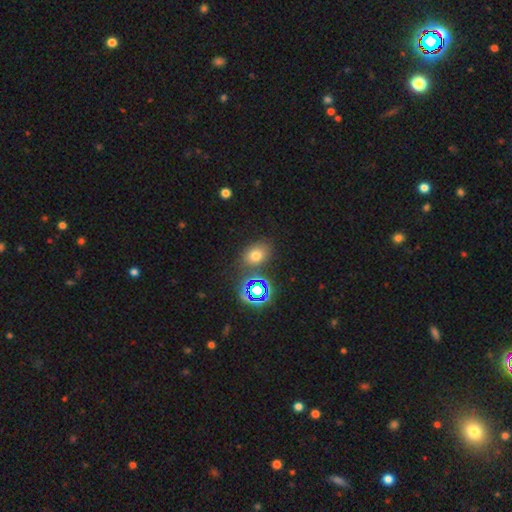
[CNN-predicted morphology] smooth-or-featured: smooth: 63% | star or artifact: 27% | featured or disk: 10%
  how-rounded: in between: 62% | round: 37% | cigar-shaped: 1%
  merging: none: 75% | minor disturbance: 12% | merger: 8% | major disturbance: 4%